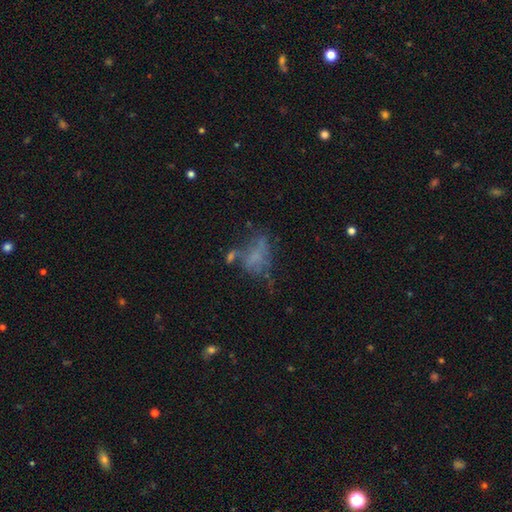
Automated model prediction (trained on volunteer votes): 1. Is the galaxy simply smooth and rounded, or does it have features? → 41% featured or disk, 39% smooth, 21% star or artifact.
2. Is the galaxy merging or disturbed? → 37% major disturbance, 29% none, 19% minor disturbance, 15% merger.